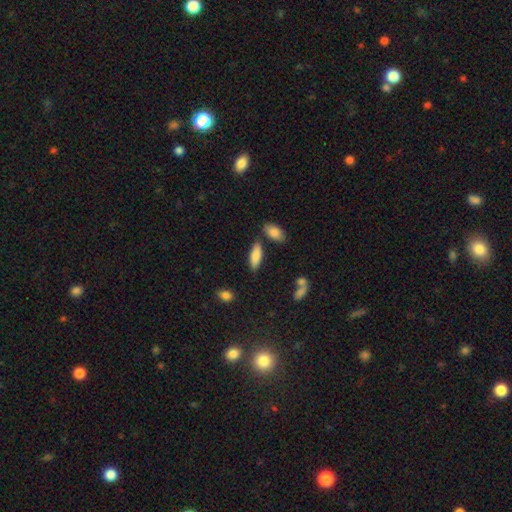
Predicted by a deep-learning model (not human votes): Smooth or featured? smooth (84%)
How rounded? in between (61%)
Merging? none (77%)